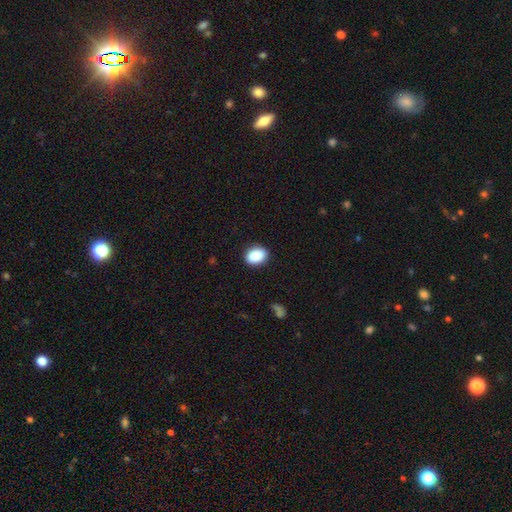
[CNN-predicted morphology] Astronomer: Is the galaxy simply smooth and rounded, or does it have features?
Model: smooth — 89%.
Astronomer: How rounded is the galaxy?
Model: in between — 70%.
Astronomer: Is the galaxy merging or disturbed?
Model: none — 88%.